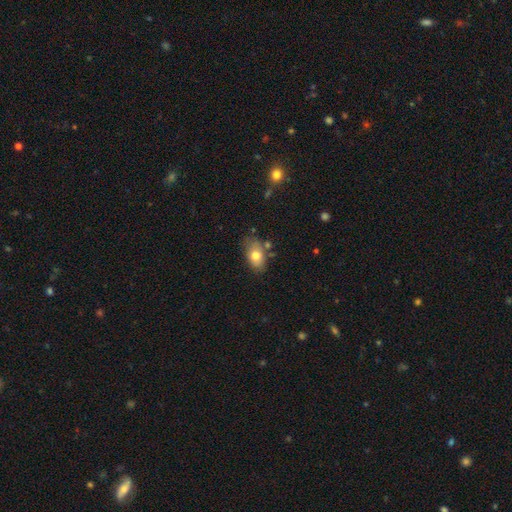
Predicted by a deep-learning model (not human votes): A smooth galaxy with no disk features (75%) that is in between round and cigar-shaped (88%). Merging: none (69%).